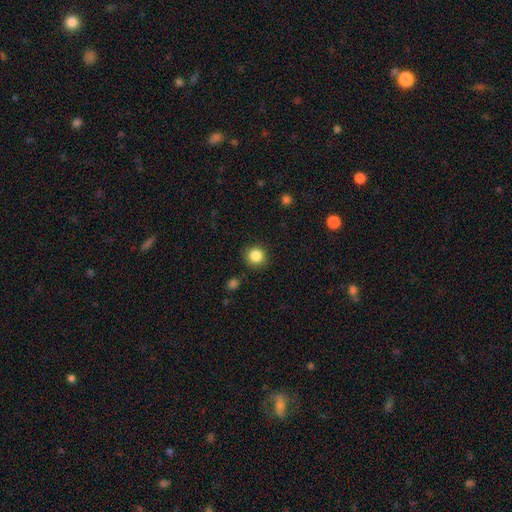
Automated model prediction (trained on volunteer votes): smooth 85%, star or artifact 11%, featured or disk 4%. Down the decision tree: how rounded — round (92%); merging — none (90%).